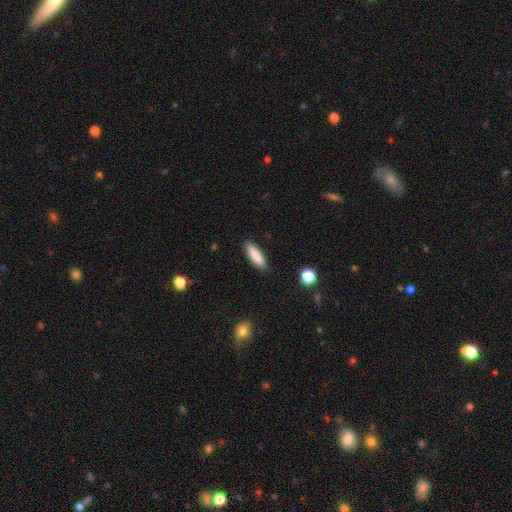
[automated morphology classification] Overall: smooth (84%). How rounded: cigar-shaped (58%; in between 41%). Merging: none (89%).